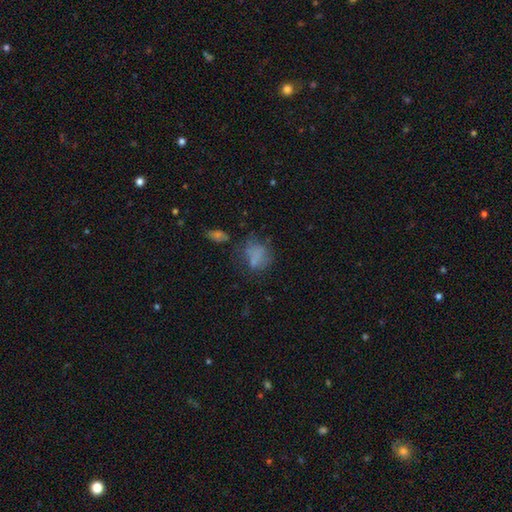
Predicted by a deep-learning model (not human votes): This is likely a smooth galaxy (62%). How rounded: possibly in between (50%). Merging: marginally none (44%).